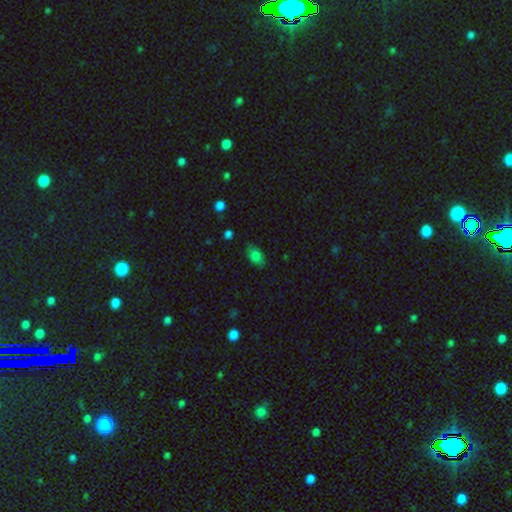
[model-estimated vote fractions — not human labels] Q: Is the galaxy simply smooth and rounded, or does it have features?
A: smooth — 78%.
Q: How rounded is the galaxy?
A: in between — 86%.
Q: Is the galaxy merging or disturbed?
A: none — 72%.